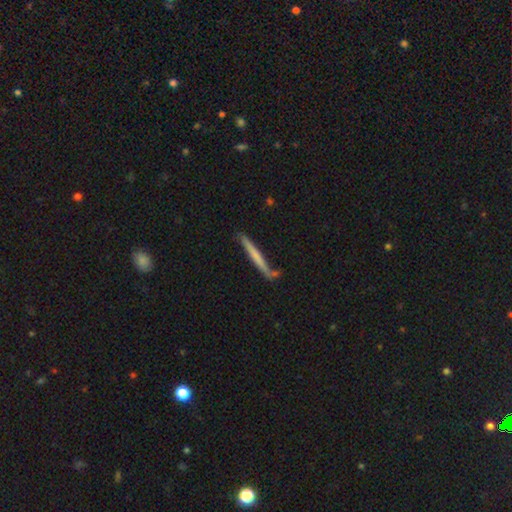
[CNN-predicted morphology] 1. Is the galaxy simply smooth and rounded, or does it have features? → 56% smooth, 39% featured or disk, 5% star or artifact.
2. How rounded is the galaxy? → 96% cigar-shaped, 2% in between, 1% round.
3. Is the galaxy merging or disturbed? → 67% none, 20% minor disturbance, 8% merger, 5% major disturbance.